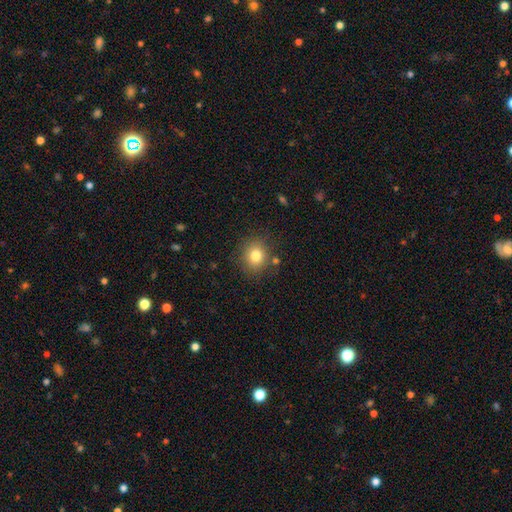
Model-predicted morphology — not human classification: A smooth galaxy with no disk features (80%) that is round (79%). Merging: none (82%).